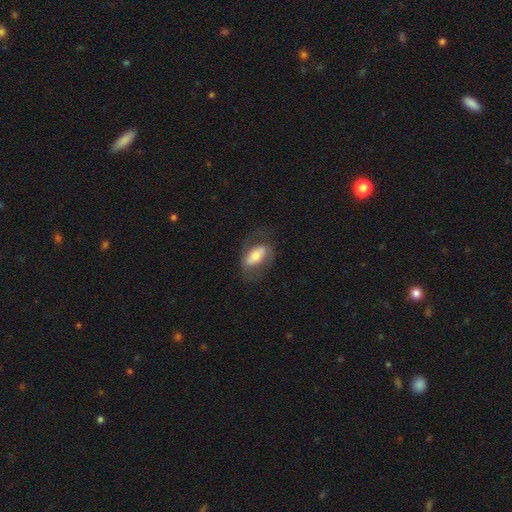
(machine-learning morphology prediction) Smooth or featured? Predicted: smooth (p=0.54). How rounded? Predicted: in between (p=0.87). Merging? Predicted: none (p=0.64).